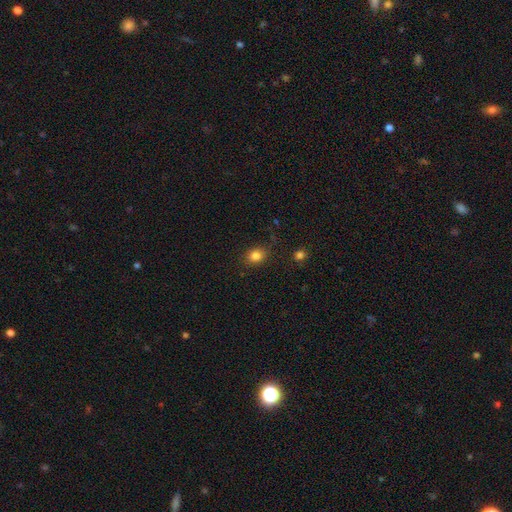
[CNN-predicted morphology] This appears to be a smooth galaxy with no disk features (82%) that is in between round and cigar-shaped (52%). Merging: none (82%).